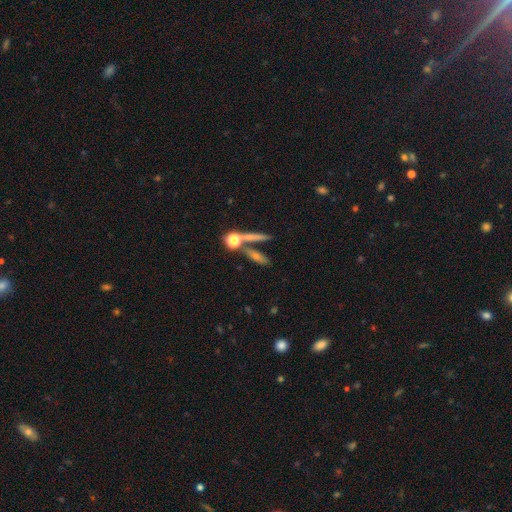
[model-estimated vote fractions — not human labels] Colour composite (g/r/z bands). It shows a smooth galaxy with no disk features (49%). Merging: none (60%).